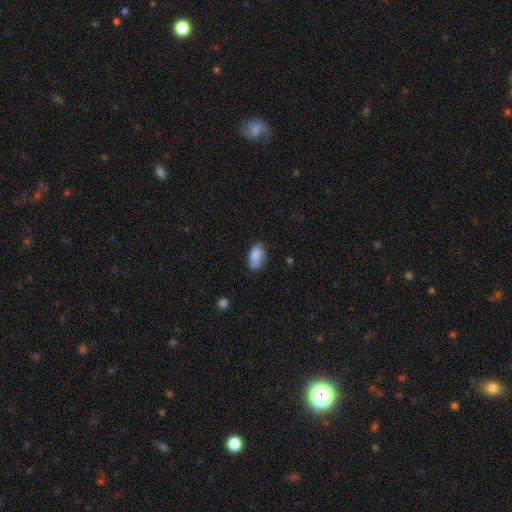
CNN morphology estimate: smooth 83%, featured or disk 10%, star or artifact 7%. Down the decision tree: how rounded — in between (92%); merging — none (63%).